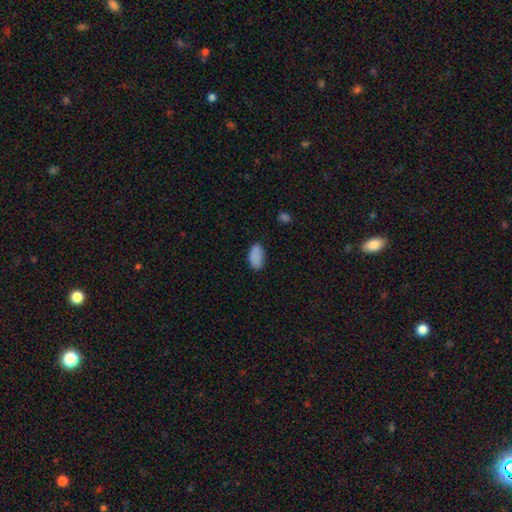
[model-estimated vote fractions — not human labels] Smooth or featured? Predicted: smooth (p=0.86). How rounded? Predicted: in between (p=0.93). Merging? Predicted: none (p=0.78).